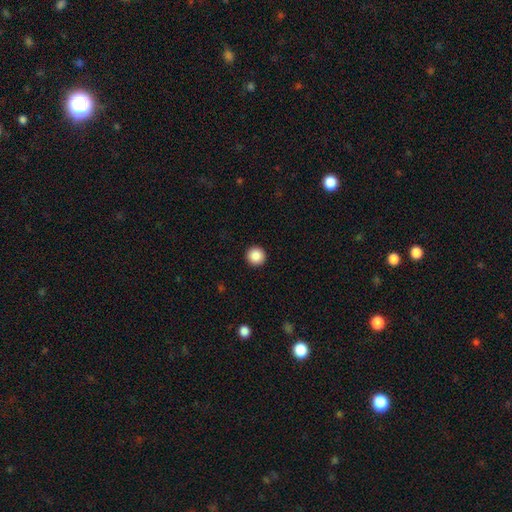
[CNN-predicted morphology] This appears to be a smooth galaxy with no disk features (88%) that is round (96%). Merging: none (94%).